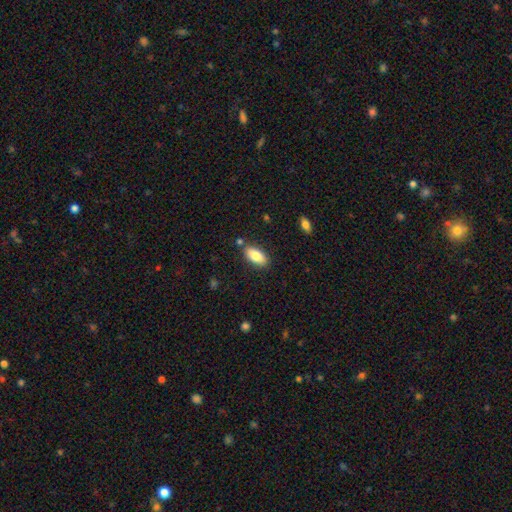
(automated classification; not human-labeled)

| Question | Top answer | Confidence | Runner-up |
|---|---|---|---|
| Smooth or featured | smooth | 83% | featured or disk (10%) |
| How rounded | in between | 90% | cigar-shaped (8%) |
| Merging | none | 82% | minor disturbance (11%) |